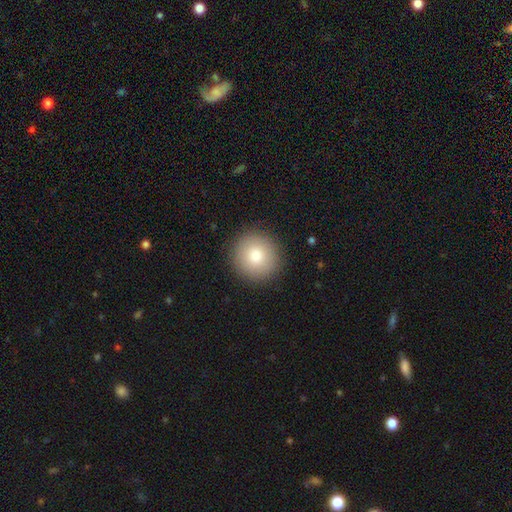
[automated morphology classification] This is clearly a smooth galaxy (83%). How rounded: clearly round (95%). Merging: clearly none (91%).